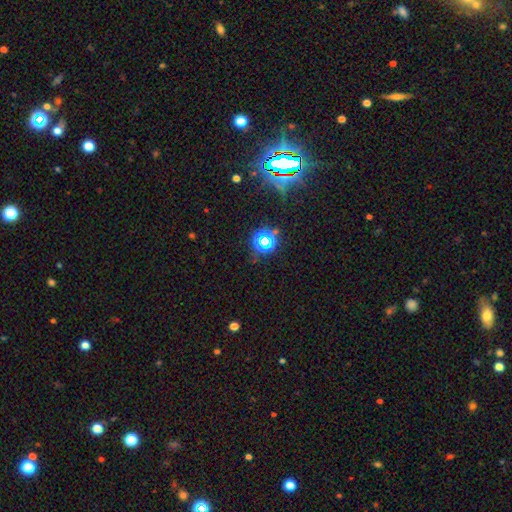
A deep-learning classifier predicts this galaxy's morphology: Smooth or featured? Predicted: star or artifact (p=0.71).